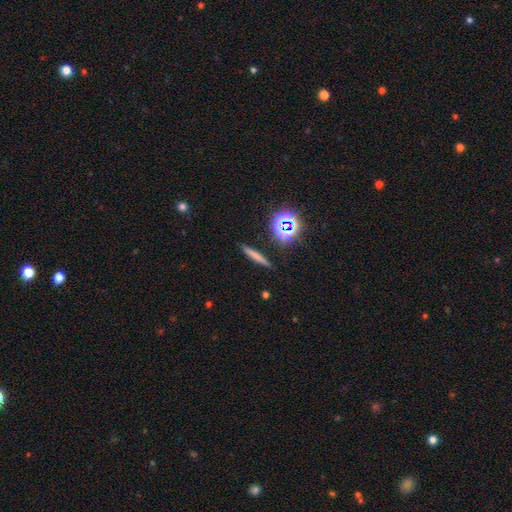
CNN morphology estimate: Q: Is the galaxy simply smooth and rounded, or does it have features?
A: smooth — 65%.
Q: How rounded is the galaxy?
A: cigar-shaped — 90%.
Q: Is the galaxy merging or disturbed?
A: none — 88%.